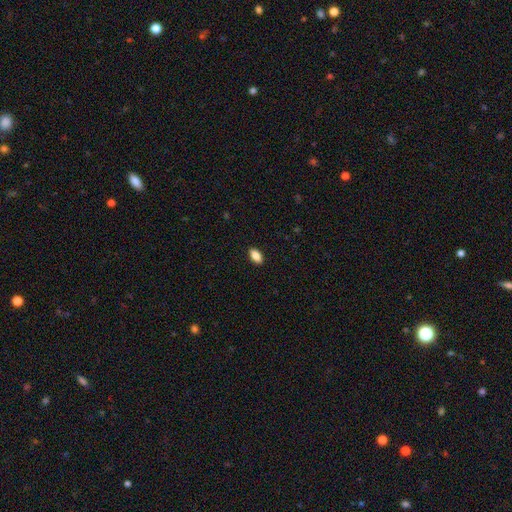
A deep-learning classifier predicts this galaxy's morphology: Smooth or featured: smooth — 87% (star or artifact — 7%)
How rounded: in between — 91% (cigar-shaped — 5%)
Merging: none — 90% (minor disturbance — 8%)